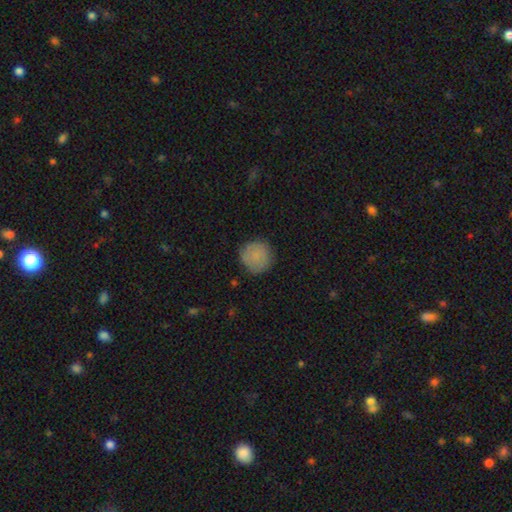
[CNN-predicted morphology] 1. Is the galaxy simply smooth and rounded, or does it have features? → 82% smooth, 10% featured or disk, 8% star or artifact.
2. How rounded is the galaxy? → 94% round, 5% in between, 1% cigar-shaped.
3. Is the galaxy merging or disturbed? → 82% none, 14% minor disturbance, 3% major disturbance, 1% merger.